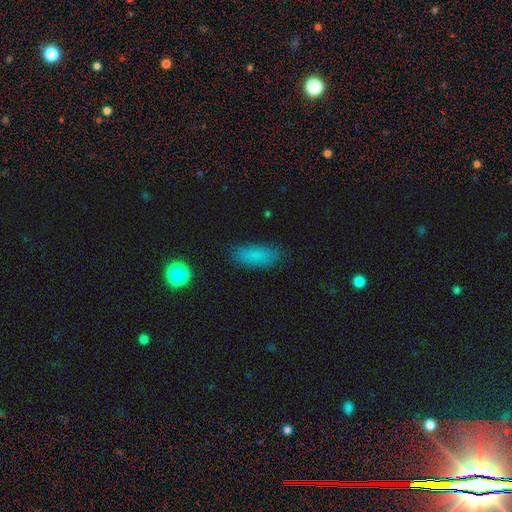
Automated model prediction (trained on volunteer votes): A smooth galaxy with no disk features (83%) that is in between round and cigar-shaped (76%).

Vote fractions:
- Smooth or featured? smooth: 83% / star or artifact: 10% / featured or disk: 7%
- How rounded? in between: 76% / cigar-shaped: 21% / round: 3%
- Merging? none: 83% / minor disturbance: 13% / major disturbance: 3% / merger: 1%